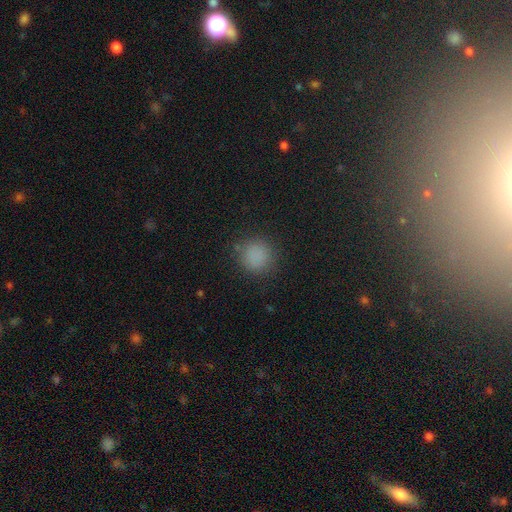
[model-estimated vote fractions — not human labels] Smooth or featured?
  - smooth: 82% *
  - star or artifact: 13%
  - featured or disk: 5%
How rounded?
  - round: 92% *
  - in between: 7%
  - cigar-shaped: 1%
Merging?
  - none: 84% *
  - minor disturbance: 10%
  - major disturbance: 4%
  - merger: 1%